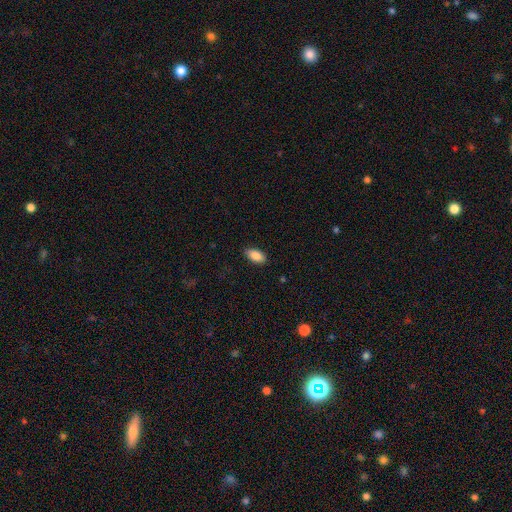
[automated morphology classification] This appears to be a smooth galaxy with no disk features (88%) that is in between round and cigar-shaped (93%). Merging: none (87%).